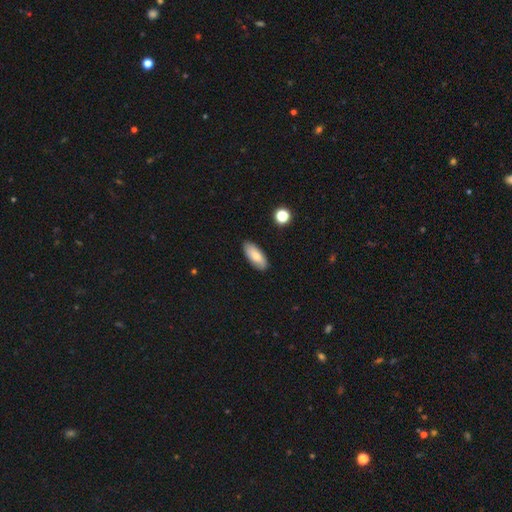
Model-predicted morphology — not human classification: smooth_or_featured: smooth (p=0.77) [alt: featured or disk p=0.16]
how_rounded: in between (p=0.85) [alt: cigar-shaped p=0.13]
merging: none (p=0.87) [alt: minor disturbance p=0.10]